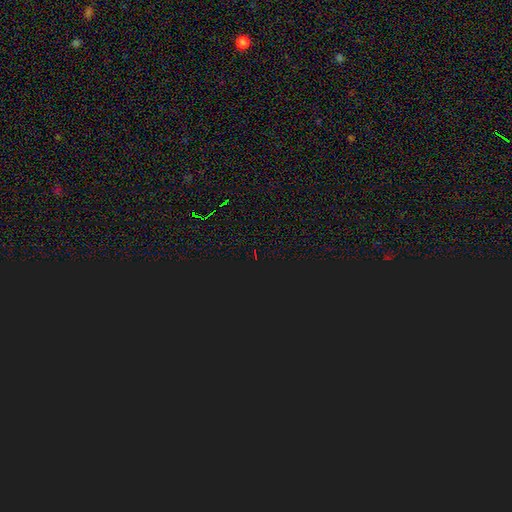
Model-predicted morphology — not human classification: Smooth or featured? Predicted: star or artifact (p=0.81).